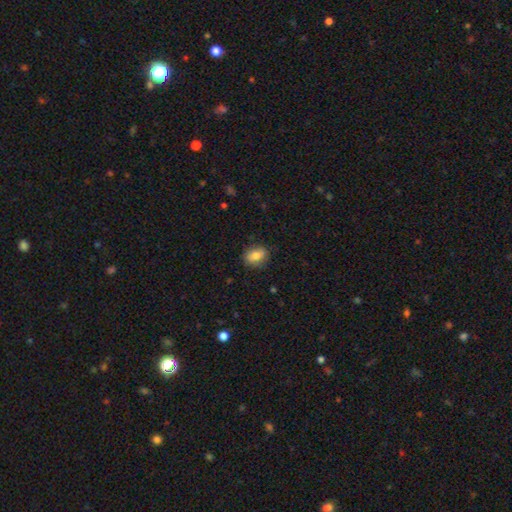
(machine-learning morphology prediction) Overall: smooth (81%). How rounded: in between (71%). Merging: none (82%).